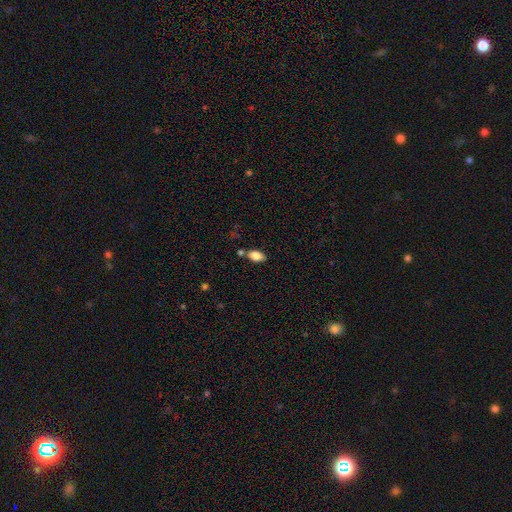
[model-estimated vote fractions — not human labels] smooth-or-featured: smooth: 83% | featured or disk: 9% | star or artifact: 8%
  how-rounded: in between: 92% | round: 5% | cigar-shaped: 3%
  merging: none: 70% | minor disturbance: 14% | merger: 12% | major disturbance: 4%